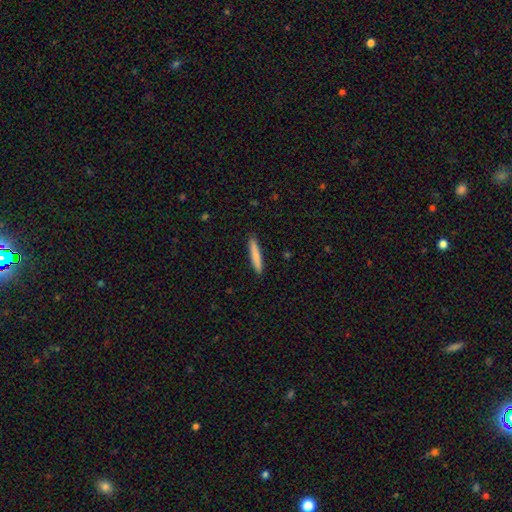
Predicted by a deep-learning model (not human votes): This appears to be a smooth galaxy with no disk features (80%) that is cigar-shaped (94%). Merging: none (91%).